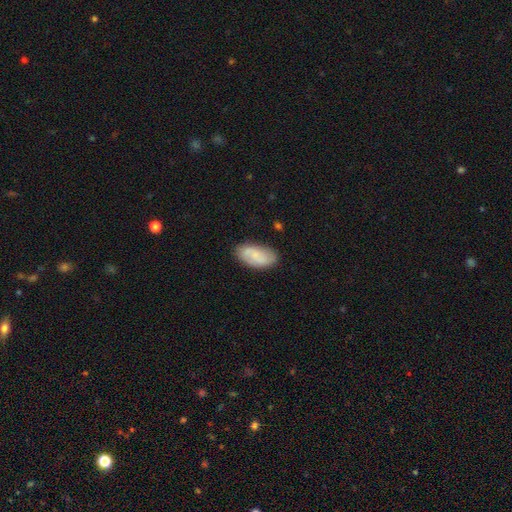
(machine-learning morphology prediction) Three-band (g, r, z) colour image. It shows a smooth galaxy with no disk features (61%) that is in between round and cigar-shaped (93%). Merging: none (81%).